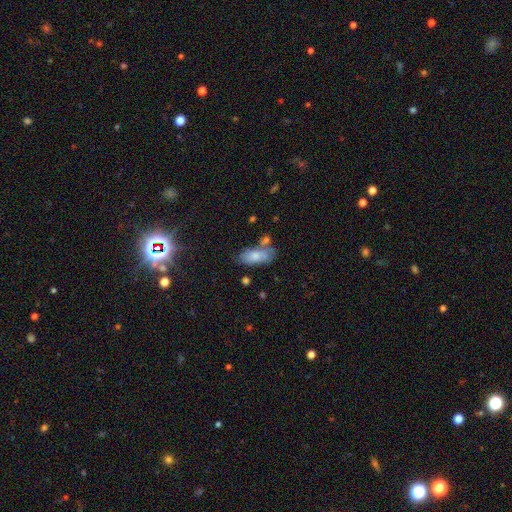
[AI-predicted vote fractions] A smooth galaxy with no disk features (76%) that is in between round and cigar-shaped (86%). Merging: none (50%).